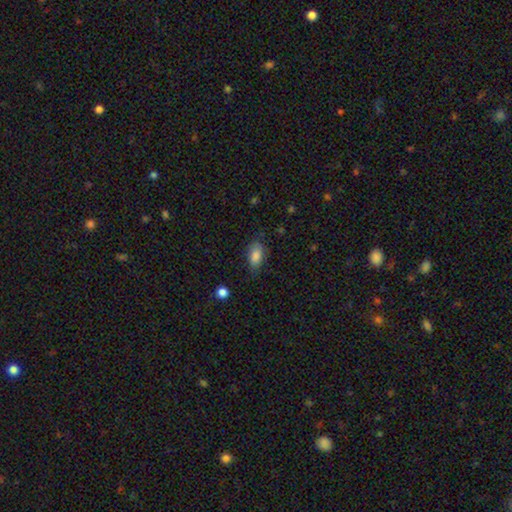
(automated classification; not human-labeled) This appears to be a smooth galaxy with no disk features (84%) that is in between round and cigar-shaped (90%). Merging: none (69%).